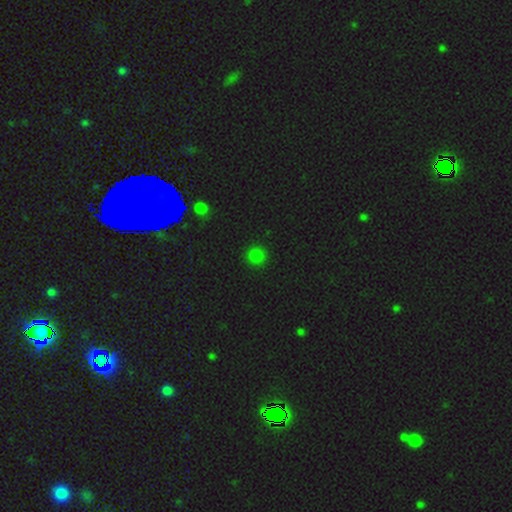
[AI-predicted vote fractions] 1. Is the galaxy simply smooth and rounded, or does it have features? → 80% smooth, 17% star or artifact, 3% featured or disk.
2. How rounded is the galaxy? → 93% round, 6% in between, 1% cigar-shaped.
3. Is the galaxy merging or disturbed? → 92% none, 5% minor disturbance, 2% major disturbance, 1% merger.